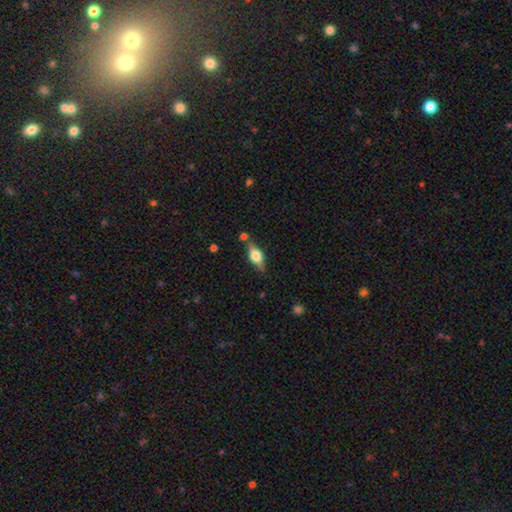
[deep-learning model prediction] Smooth or featured: featured or disk — 55% (smooth — 37%)
Edge-on disk: yes — 92% (no — 8%)
Edge-on bulge: rounded — 92% (boxy — 7%)
Merging: none — 77% (minor disturbance — 14%)